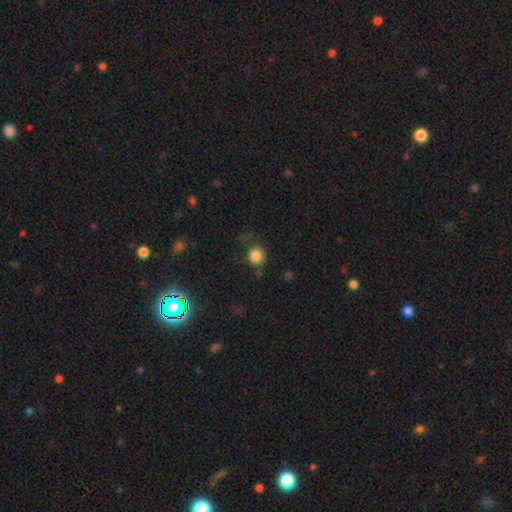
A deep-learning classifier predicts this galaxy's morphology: smooth-or-featured: smooth: 82% | star or artifact: 12% | featured or disk: 6%
  how-rounded: round: 88% | in between: 11% | cigar-shaped: 1%
  merging: none: 67% | minor disturbance: 19% | major disturbance: 10% | merger: 4%